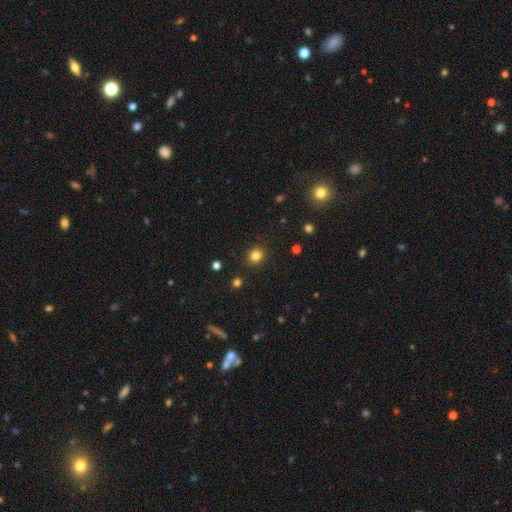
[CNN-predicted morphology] Smooth or featured: smooth — 82% (star or artifact — 13%)
How rounded: round — 79% (in between — 20%)
Merging: none — 89% (minor disturbance — 7%)